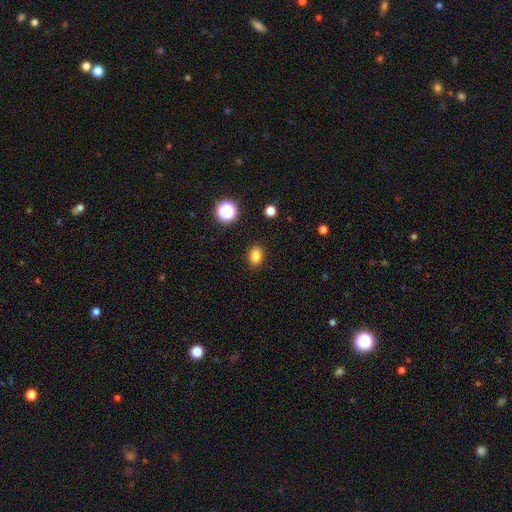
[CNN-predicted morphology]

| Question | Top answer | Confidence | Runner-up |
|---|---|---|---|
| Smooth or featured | smooth | 83% | star or artifact (12%) |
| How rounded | in between | 65% | round (34%) |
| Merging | none | 88% | minor disturbance (9%) |